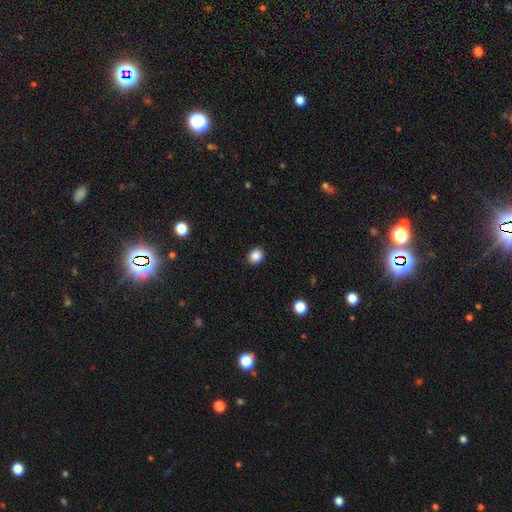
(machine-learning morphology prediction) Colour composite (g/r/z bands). It shows a smooth galaxy with no disk features (87%) that is round (66%). Merging: none (91%).